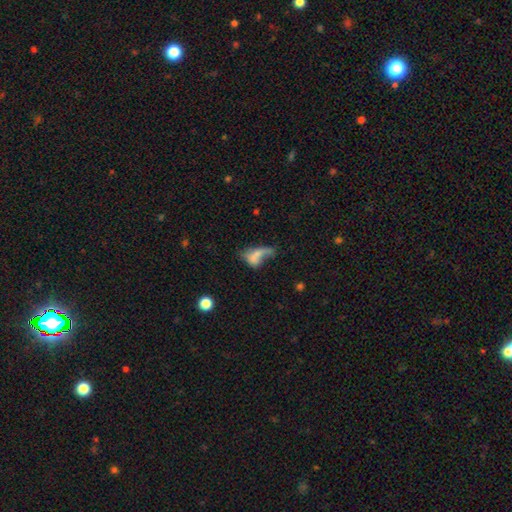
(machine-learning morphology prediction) A smooth galaxy with no disk features (56%) that is in between round and cigar-shaped (74%). Merging: major disturbance (34%).